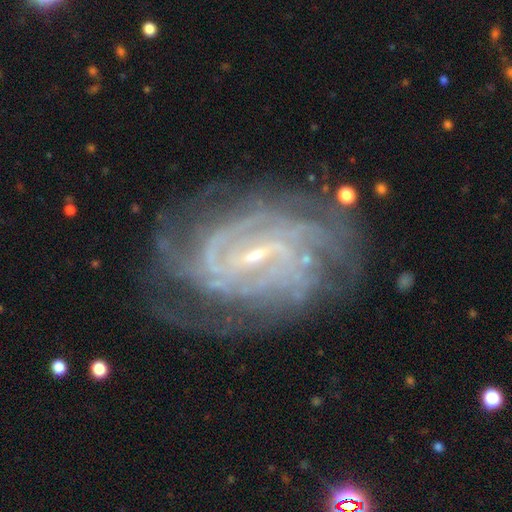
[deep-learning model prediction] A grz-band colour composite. It shows a featured or disk galaxy (90%) with a weak bar (44%), tight (68%) spiral arms (96%) and a small central bulge (77%). Merging: none (72%).